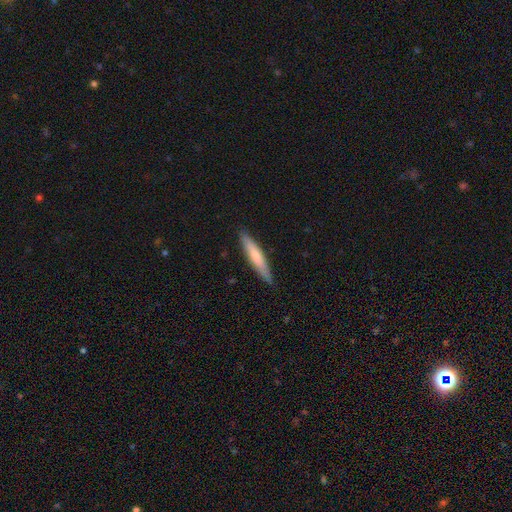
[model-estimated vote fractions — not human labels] Smooth or featured: smooth — 67% (featured or disk — 28%)
How rounded: cigar-shaped — 92% (in between — 7%)
Merging: none — 88% (minor disturbance — 9%)